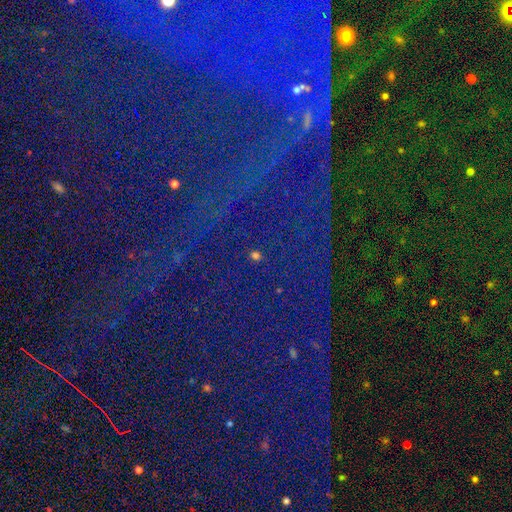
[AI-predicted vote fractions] Smooth or featured? Predicted: star or artifact (p=0.48).